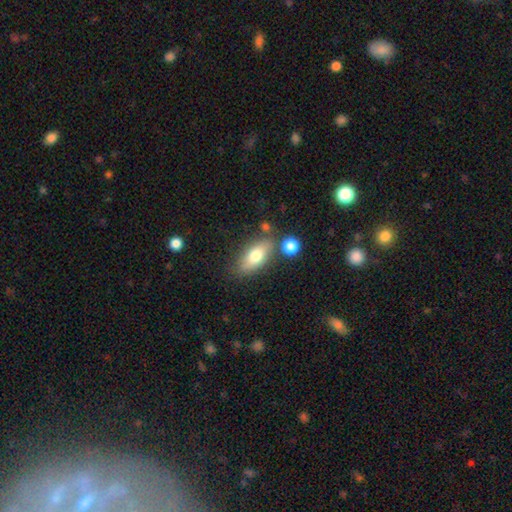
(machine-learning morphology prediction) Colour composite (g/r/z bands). It shows a smooth galaxy with no disk features (71%) that is in between round and cigar-shaped (81%). Merging: none (73%).